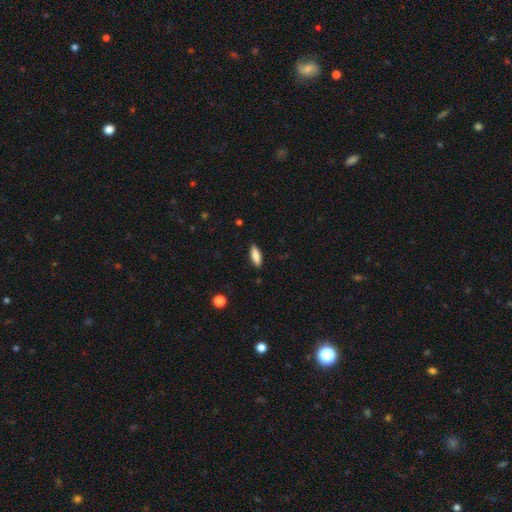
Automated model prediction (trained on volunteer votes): Smooth or featured: smooth — 84% (featured or disk — 9%)
How rounded: in between — 63% (cigar-shaped — 35%)
Merging: none — 87% (minor disturbance — 10%)